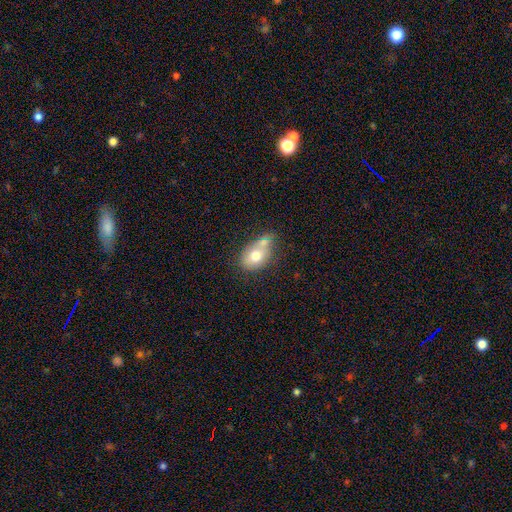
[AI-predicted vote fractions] Morphology: type=smooth (70%); roundness=in between (74%); merging=merger (37%).